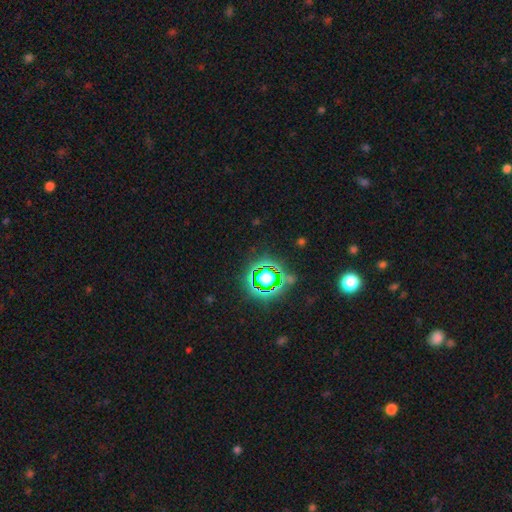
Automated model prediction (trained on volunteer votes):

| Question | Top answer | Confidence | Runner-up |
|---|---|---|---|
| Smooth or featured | star or artifact | 81% | smooth (12%) |